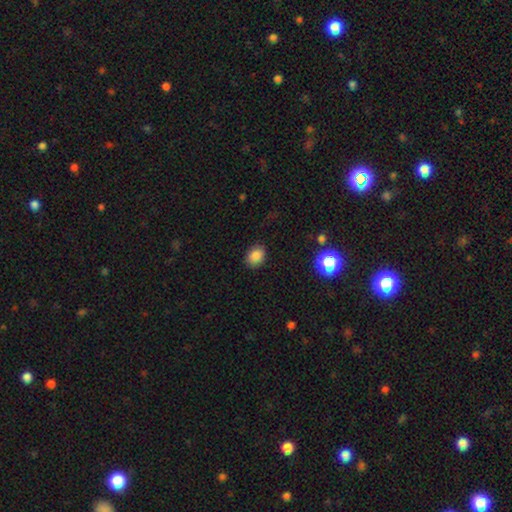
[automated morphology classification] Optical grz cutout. It shows a smooth galaxy with no disk features (84%) that is in between round and cigar-shaped (62%). Merging: none (84%).